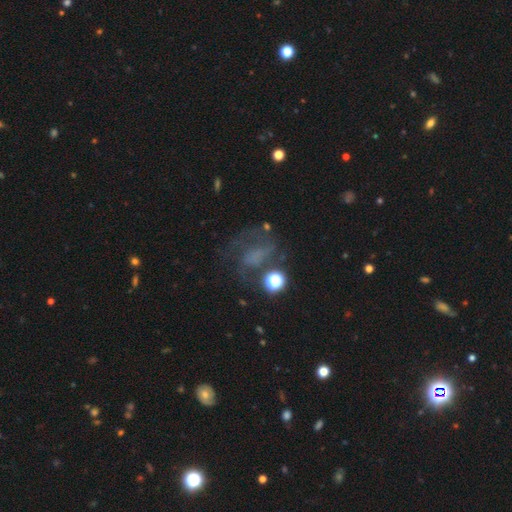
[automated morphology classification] Smooth or featured: featured or disk — 50% (smooth — 27%)
Edge-on disk: no — 96% (yes — 4%)
Merging: none — 50% (major disturbance — 26%)